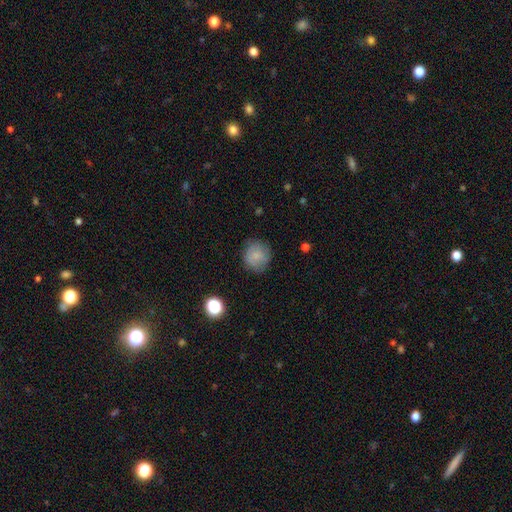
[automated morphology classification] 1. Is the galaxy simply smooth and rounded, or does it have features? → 82% smooth, 9% star or artifact, 9% featured or disk.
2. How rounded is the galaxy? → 90% round, 9% in between, 1% cigar-shaped.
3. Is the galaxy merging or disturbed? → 82% none, 13% minor disturbance, 3% major disturbance, 1% merger.